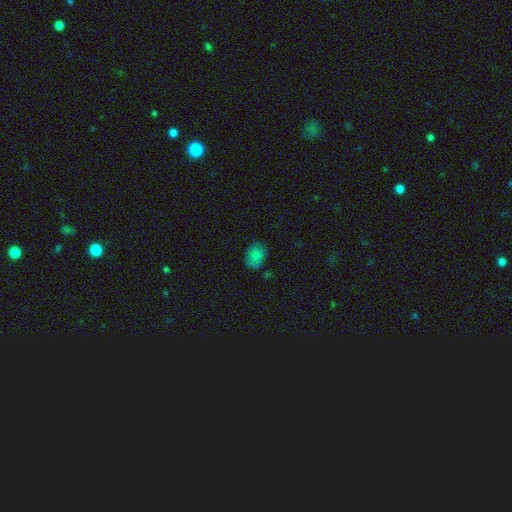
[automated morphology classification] Smooth or featured: smooth — 83% (star or artifact — 11%)
How rounded: in between — 79% (round — 20%)
Merging: none — 80% (minor disturbance — 15%)